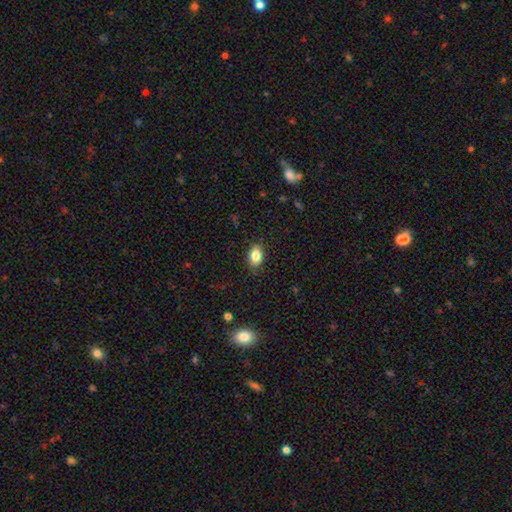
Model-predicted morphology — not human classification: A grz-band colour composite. It shows a smooth galaxy with no disk features (84%) that is in between round and cigar-shaped (87%). Merging: none (86%).